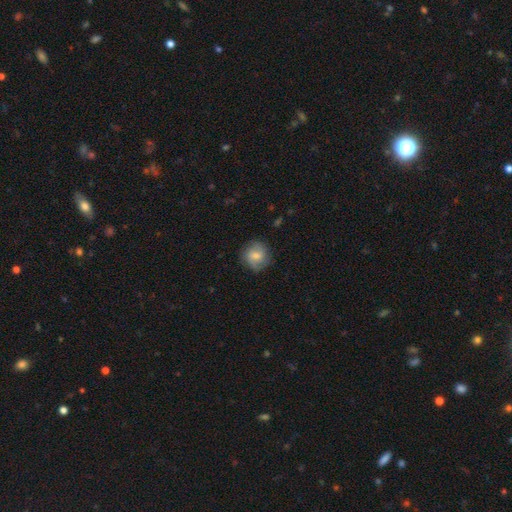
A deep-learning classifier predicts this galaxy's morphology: This is likely a smooth galaxy (68%). How rounded: clearly round (86%). Merging: likely none (80%).